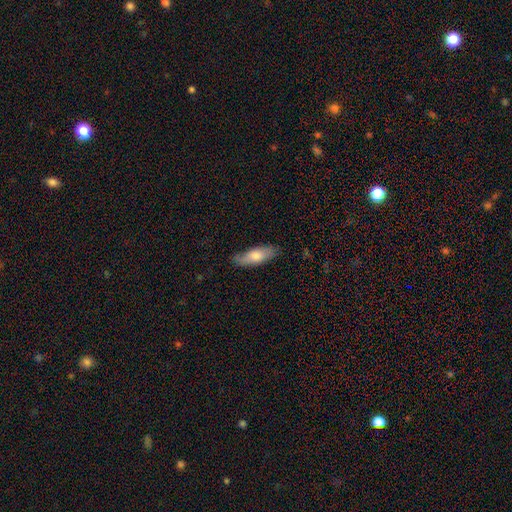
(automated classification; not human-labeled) smooth-or-featured: smooth: 71% | featured or disk: 24% | star or artifact: 6%
  how-rounded: in between: 62% | cigar-shaped: 36% | round: 2%
  merging: none: 78% | minor disturbance: 17% | major disturbance: 3% | merger: 1%